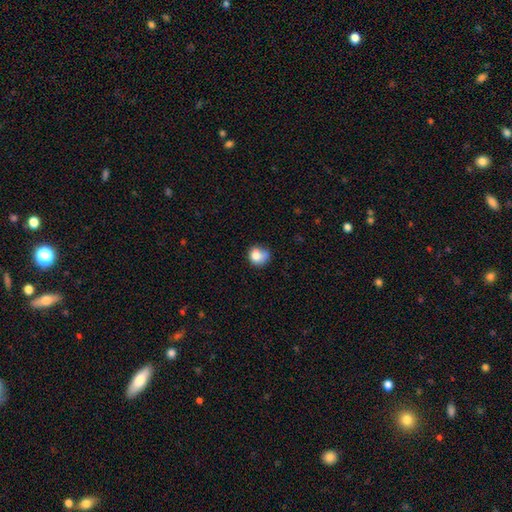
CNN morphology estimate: Smooth or featured? Predicted: smooth (p=0.78). How rounded? Predicted: round (p=0.73). Merging? Predicted: none (p=0.46).